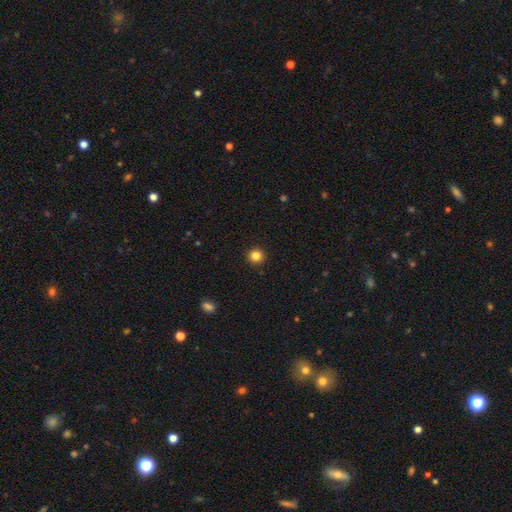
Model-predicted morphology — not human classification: smooth 84%, star or artifact 12%, featured or disk 4%. Down the decision tree: how rounded — round (95%); merging — none (93%).